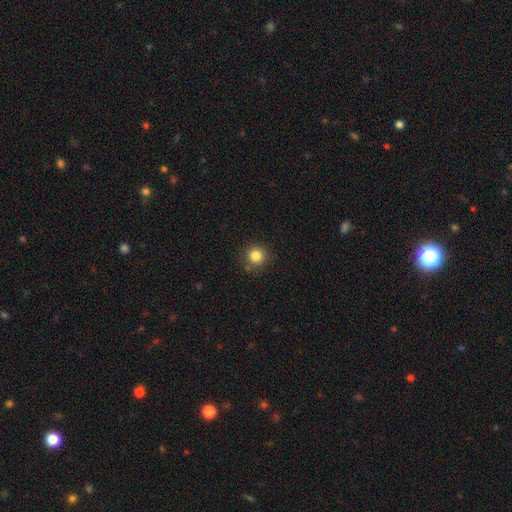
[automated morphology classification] Overall: smooth (83%). How rounded: round (93%). Merging: none (87%).